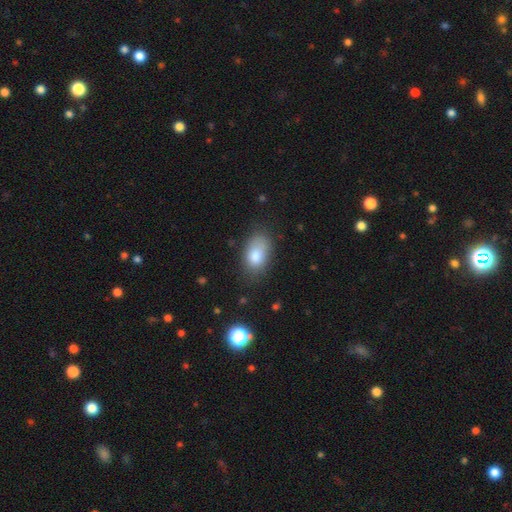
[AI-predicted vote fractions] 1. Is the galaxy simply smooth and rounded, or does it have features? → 82% smooth, 10% featured or disk, 8% star or artifact.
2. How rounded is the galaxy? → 90% in between, 9% round, 2% cigar-shaped.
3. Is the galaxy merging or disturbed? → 65% none, 24% minor disturbance, 8% major disturbance, 3% merger.